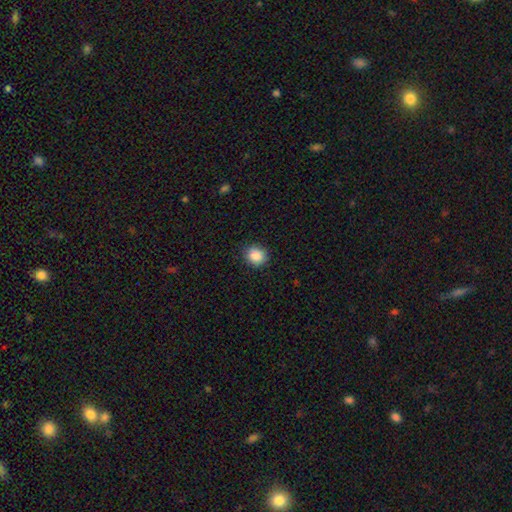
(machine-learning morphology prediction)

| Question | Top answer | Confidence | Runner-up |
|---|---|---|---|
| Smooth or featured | smooth | 88% | star or artifact (9%) |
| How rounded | round | 80% | in between (19%) |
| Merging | none | 87% | minor disturbance (10%) |